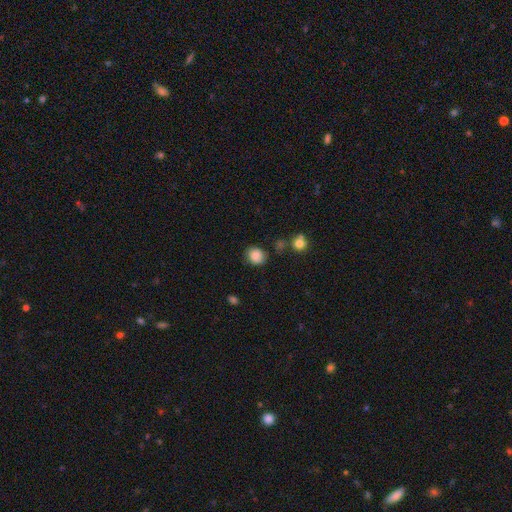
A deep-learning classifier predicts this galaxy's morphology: Smooth or featured? Predicted: smooth (p=0.86). How rounded? Predicted: round (p=0.72). Merging? Predicted: none (p=0.78).